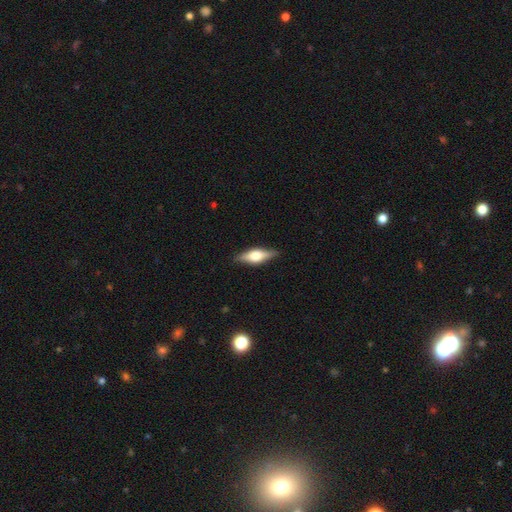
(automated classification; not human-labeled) Overall: featured or disk (54%; smooth 40%). Edge-on disk: yes (94%). Edge-on bulge: rounded (89%). Merging: none (86%).